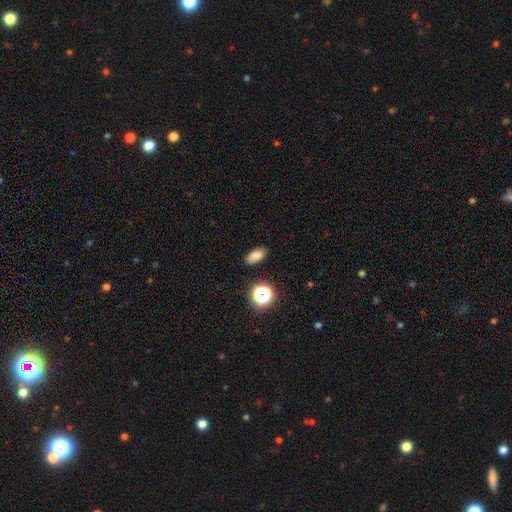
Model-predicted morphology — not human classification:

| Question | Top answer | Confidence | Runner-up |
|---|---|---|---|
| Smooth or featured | smooth | 78% | star or artifact (14%) |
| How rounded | in between | 86% | round (8%) |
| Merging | none | 87% | minor disturbance (9%) |